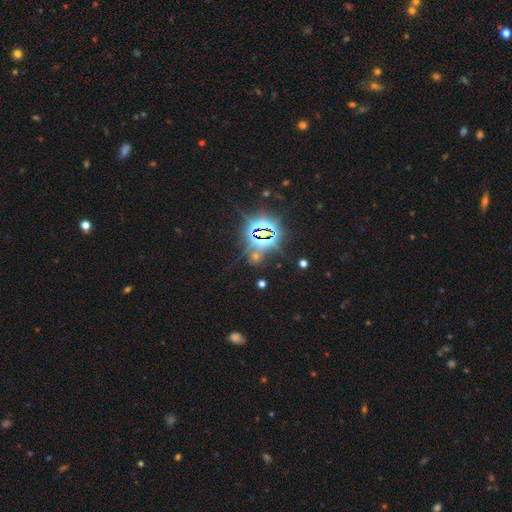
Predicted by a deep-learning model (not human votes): The model was most divided on "smooth or featured": star or artifact: 81%, smooth: 12%, featured or disk: 7%.